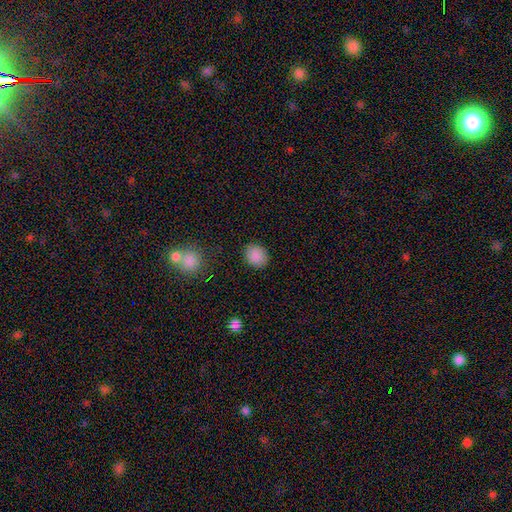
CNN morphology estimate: smooth-or-featured: smooth: 87% | star or artifact: 9% | featured or disk: 4%
  how-rounded: round: 58% | in between: 41% | cigar-shaped: 1%
  merging: none: 87% | minor disturbance: 9% | major disturbance: 3% | merger: 1%